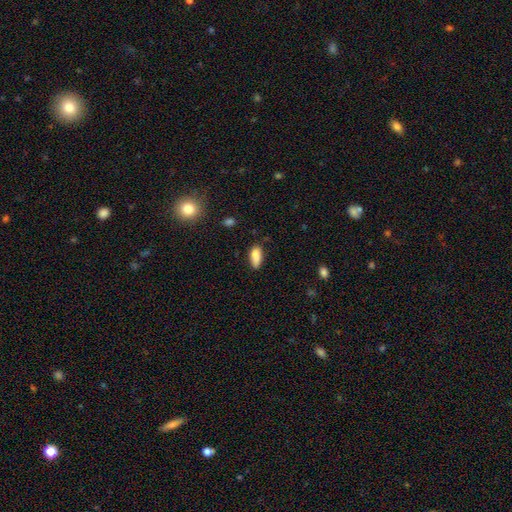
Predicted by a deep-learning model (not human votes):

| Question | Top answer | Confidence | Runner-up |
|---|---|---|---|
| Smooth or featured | smooth | 86% | star or artifact (8%) |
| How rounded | in between | 82% | cigar-shaped (16%) |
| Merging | none | 70% | minor disturbance (23%) |